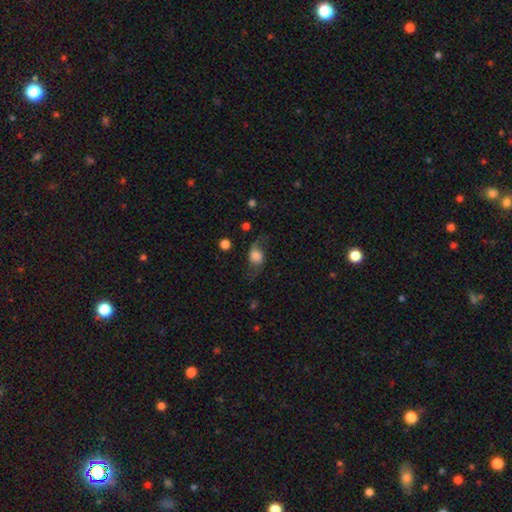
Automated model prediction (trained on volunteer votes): Smooth or featured?
  - smooth: 48% *
  - featured or disk: 42%
  - star or artifact: 10%
Merging?
  - none: 57% *
  - minor disturbance: 22%
  - major disturbance: 19%
  - merger: 2%